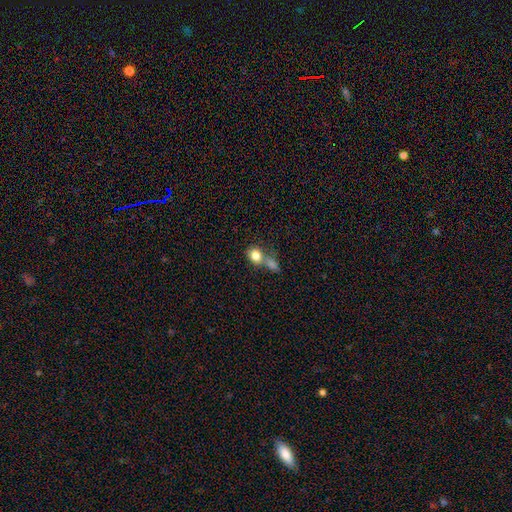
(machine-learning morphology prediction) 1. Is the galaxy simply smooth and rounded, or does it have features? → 81% smooth, 9% featured or disk, 9% star or artifact.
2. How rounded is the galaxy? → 67% round, 31% in between, 2% cigar-shaped.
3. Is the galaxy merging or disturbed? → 48% merger, 37% none, 10% minor disturbance, 6% major disturbance.